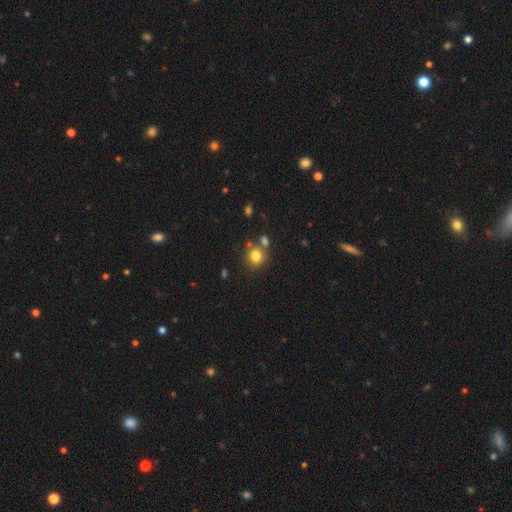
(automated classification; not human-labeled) smooth_or_featured: smooth (p=0.79) [alt: star or artifact p=0.13]
how_rounded: round (p=0.87) [alt: in between p=0.12]
merging: none (p=0.70) [alt: merger p=0.17]